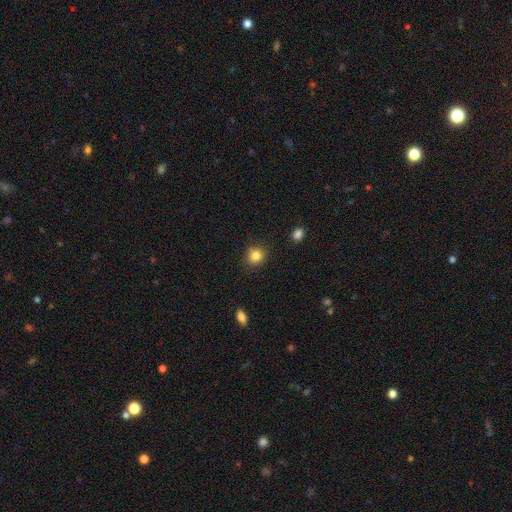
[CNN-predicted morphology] type=smooth (84%); roundness=round (76%); merging=none (82%).